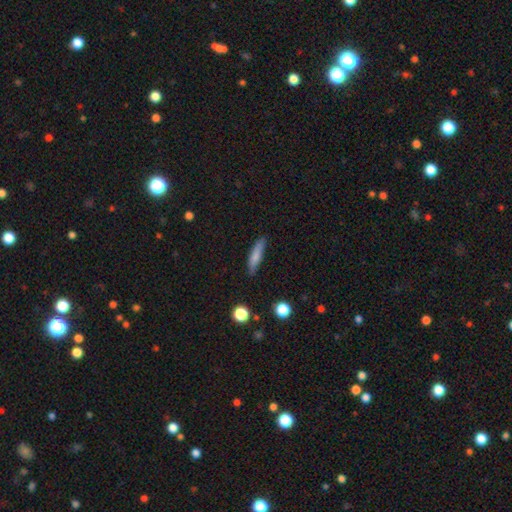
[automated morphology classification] type=smooth (75%); roundness=cigar-shaped (81%); merging=none (82%).